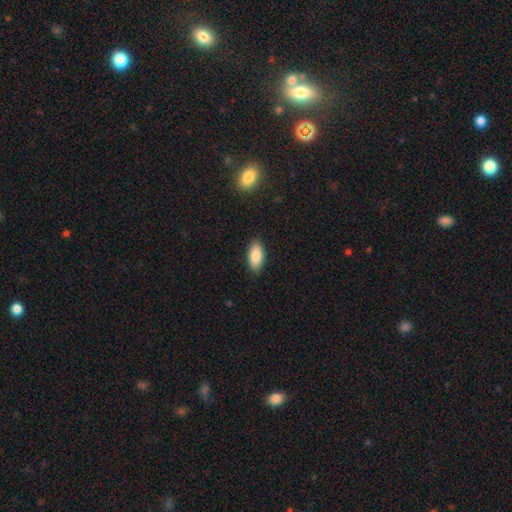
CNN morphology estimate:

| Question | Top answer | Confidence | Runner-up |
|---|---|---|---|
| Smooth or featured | smooth | 86% | featured or disk (7%) |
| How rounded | in between | 89% | cigar-shaped (9%) |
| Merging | none | 87% | minor disturbance (10%) |